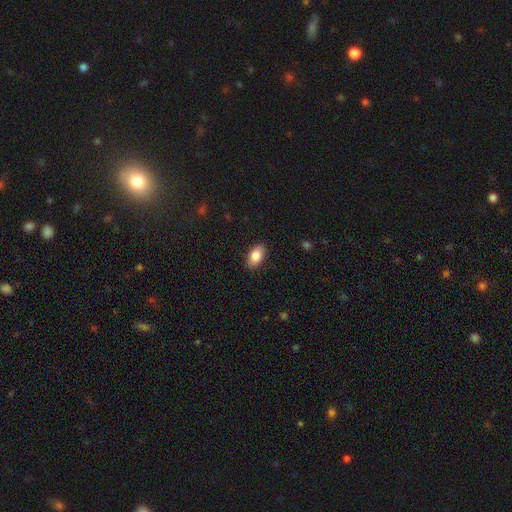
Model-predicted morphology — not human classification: This is clearly a smooth galaxy (85%). How rounded: clearly in between (93%). Merging: clearly none (88%).